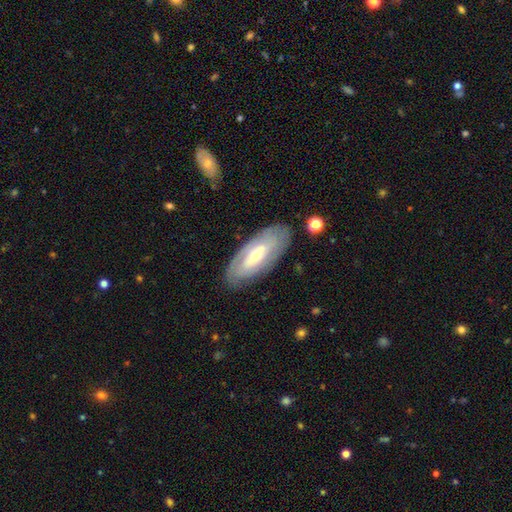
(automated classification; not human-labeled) Morphology: type=featured or disk (63%); edge-on=no (84%); bar=no (45%); spiral arms=yes (58%); bulge=moderate (49%); merging=none (82%).